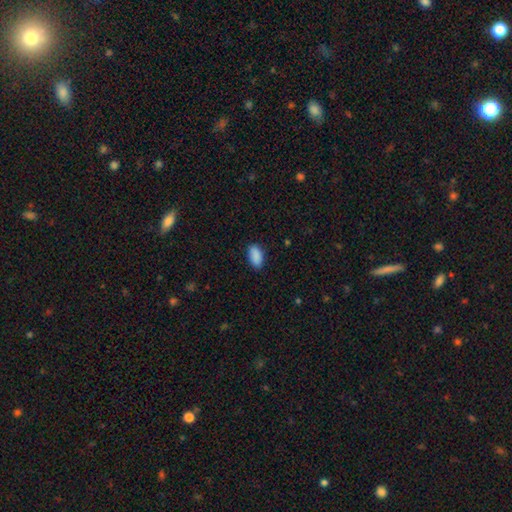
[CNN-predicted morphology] Smooth or featured: smooth — 90% (star or artifact — 7%)
How rounded: in between — 93% (cigar-shaped — 4%)
Merging: none — 86% (minor disturbance — 11%)